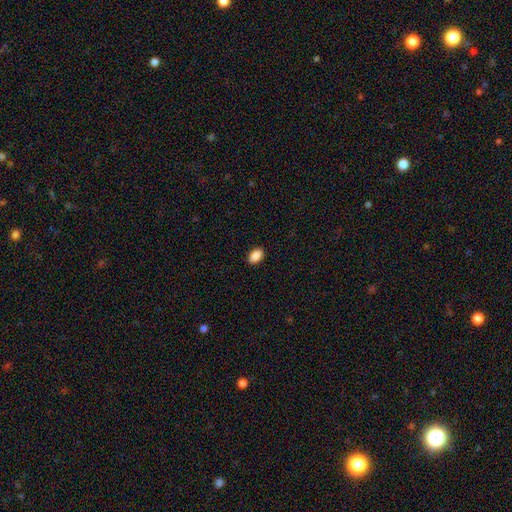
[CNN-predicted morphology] type=smooth (90%); roundness=in between (90%); merging=none (90%).